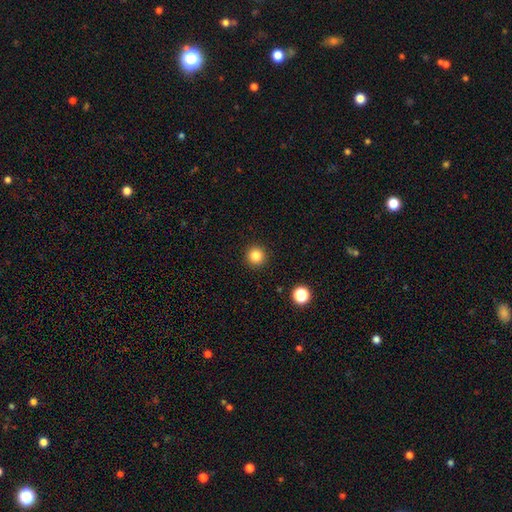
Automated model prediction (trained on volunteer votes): A smooth galaxy with no disk features (83%) that is round (95%).

Vote fractions:
- Smooth or featured? smooth: 83% / star or artifact: 12% / featured or disk: 5%
- How rounded? round: 95% / in between: 4% / cigar-shaped: 1%
- Merging? none: 92% / minor disturbance: 5% / major disturbance: 2% / merger: 1%